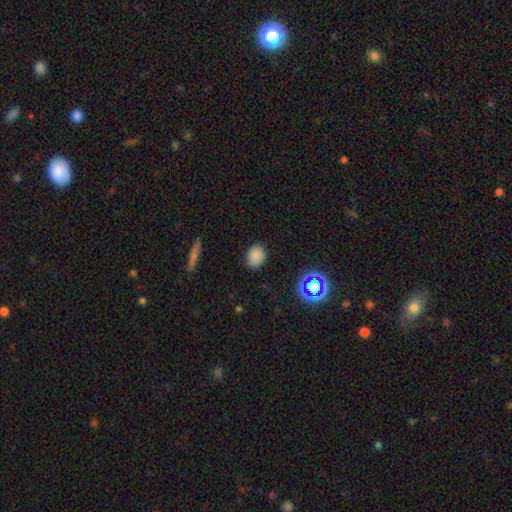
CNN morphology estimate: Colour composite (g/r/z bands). It shows a smooth galaxy with no disk features (82%) that is round (50%). Merging: none (85%).